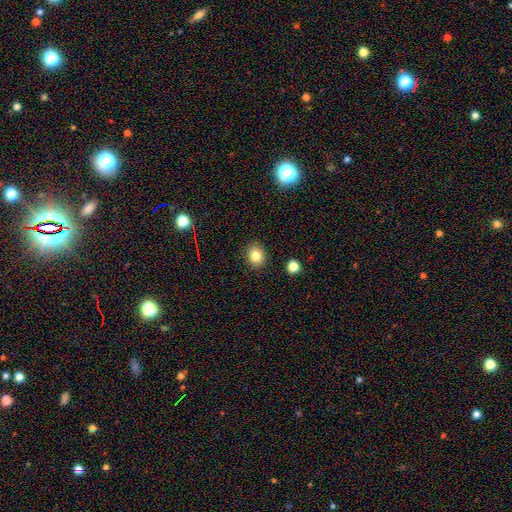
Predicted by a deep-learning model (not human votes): A smooth galaxy with no disk features (81%) that is round (60%). Merging: none (89%).